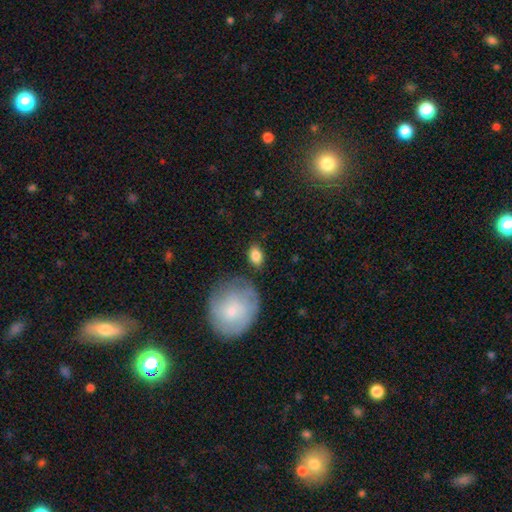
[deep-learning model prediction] This appears to be a smooth galaxy with no disk features (84%) that is in between round and cigar-shaped (82%). Merging: none (78%).